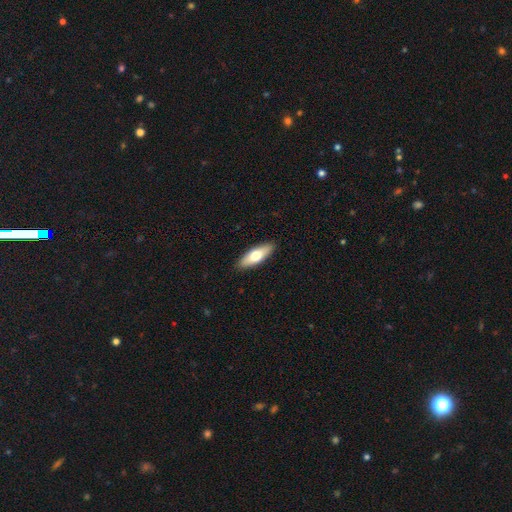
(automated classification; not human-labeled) smooth 66%, featured or disk 28%, star or artifact 5%. Down the decision tree: how rounded — in between (59%); merging — none (90%).